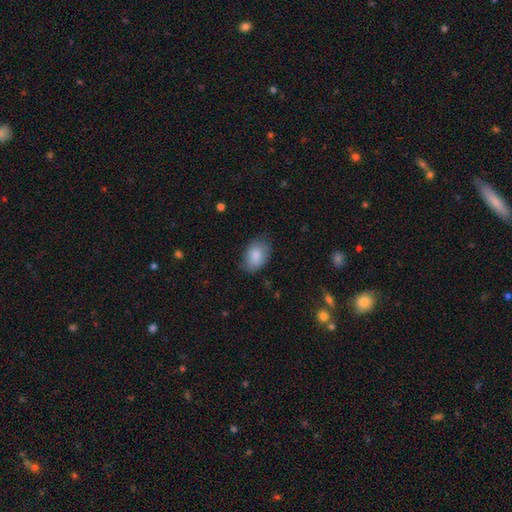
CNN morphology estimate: This appears to be a smooth galaxy with no disk features (86%) that is in between round and cigar-shaped (87%). Merging: none (74%).